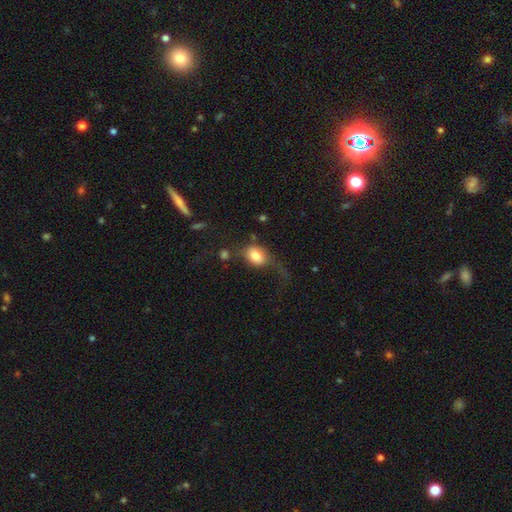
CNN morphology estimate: A smooth galaxy with no disk features (77%) that is in between round and cigar-shaped (73%). Merging: major disturbance (40%).